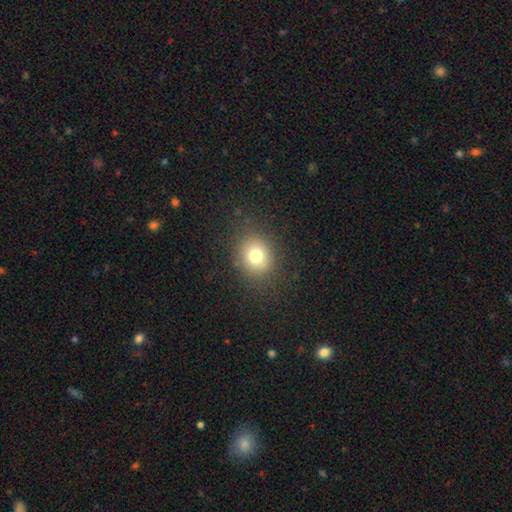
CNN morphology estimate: This is likely a smooth galaxy (75%). How rounded: likely round (70%). Merging: clearly none (84%).